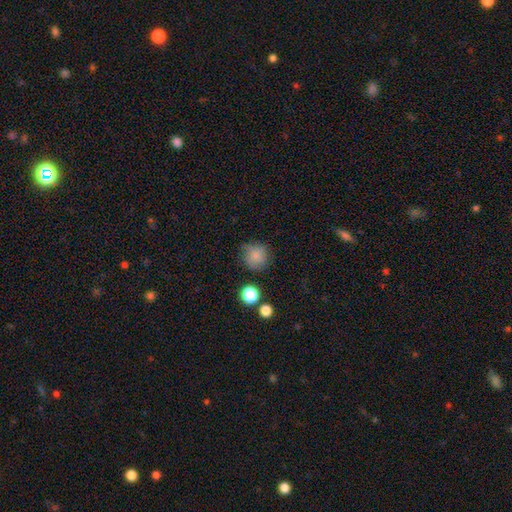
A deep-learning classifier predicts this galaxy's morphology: Q: Smooth or featured?
A: smooth (83%); runner-up: star or artifact (10%)
Q: How rounded?
A: round (90%); runner-up: in between (9%)
Q: Merging?
A: none (79%); runner-up: minor disturbance (14%)